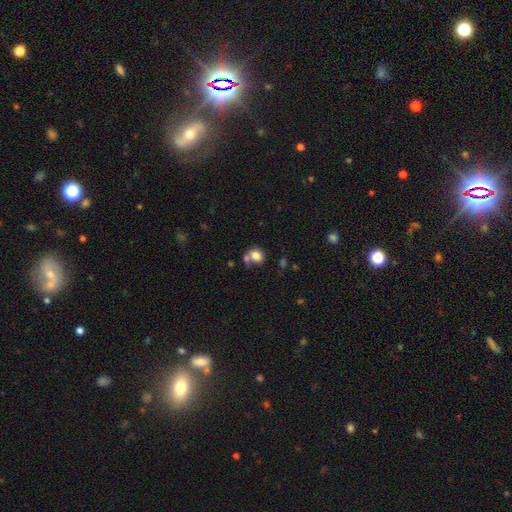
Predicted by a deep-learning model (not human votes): Q: Smooth or featured?
A: smooth (79%); runner-up: star or artifact (11%)
Q: How rounded?
A: round (53%); runner-up: in between (46%)
Q: Merging?
A: none (50%); runner-up: merger (30%)